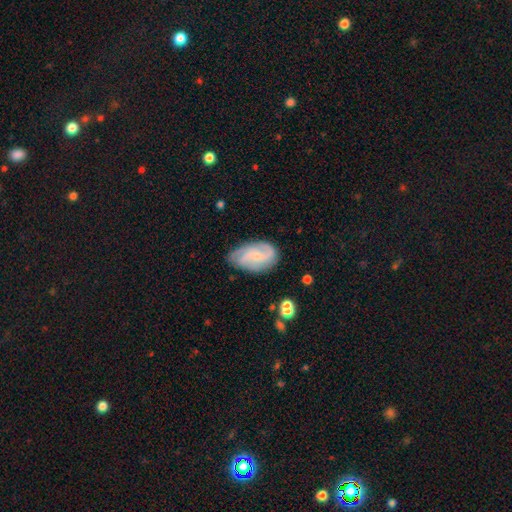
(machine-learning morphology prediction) A featured or disk galaxy (67%) with no bar (49%), 2 (48%) medium (42%) spiral arms (92%) and a small central bulge (69%).

Vote fractions:
- Smooth or featured? featured or disk: 67% / smooth: 26% / star or artifact: 7%
- Edge-on disk? no: 96% / yes: 4%
- Bar? no: 49% / weak: 41% / strong: 9%
- Spiral arms? yes: 92% / no: 8%
- Spiral winding? medium: 42% / loose: 32% / tight: 27%
- Spiral arm count? 2: 48% / can't tell: 22% / 3: 19% / 1: 5% / 4: 4% / more than 4: 3%
- Bulge size? small: 69% / moderate: 16% / none: 13% / large: 1% / dominant: 1%
- Merging? none: 66% / minor disturbance: 25% / major disturbance: 7% / merger: 2%